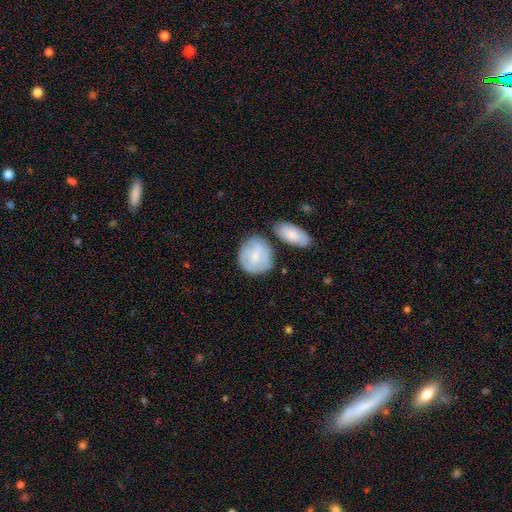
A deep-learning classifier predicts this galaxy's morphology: Smooth or featured? smooth (61%)
How rounded? round (78%)
Merging? none (62%)